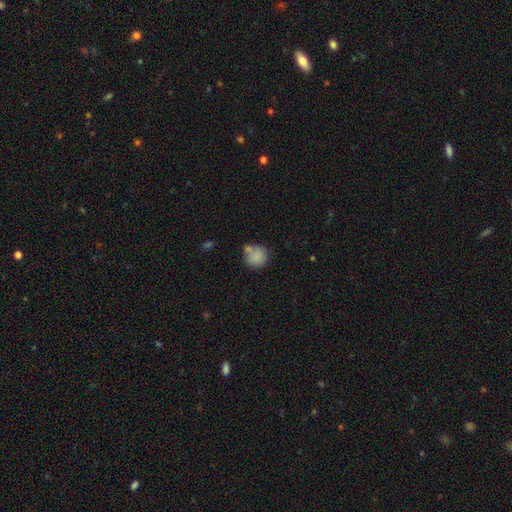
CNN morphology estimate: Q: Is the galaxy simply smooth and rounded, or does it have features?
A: smooth — 83%.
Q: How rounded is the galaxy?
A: round — 87%.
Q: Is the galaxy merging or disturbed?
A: none — 56%.